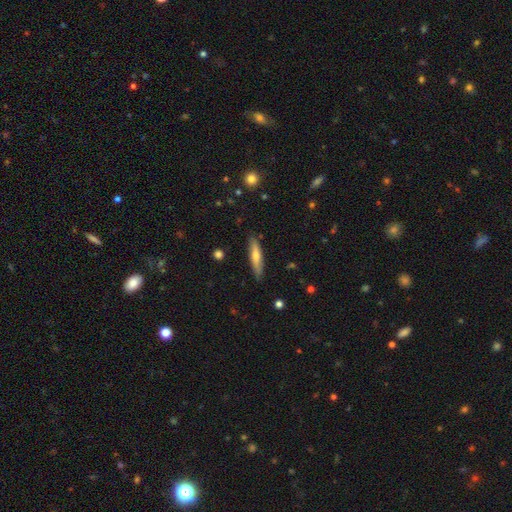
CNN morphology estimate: This appears to be a smooth galaxy with no disk features (55%) that is cigar-shaped (81%). Merging: none (86%).